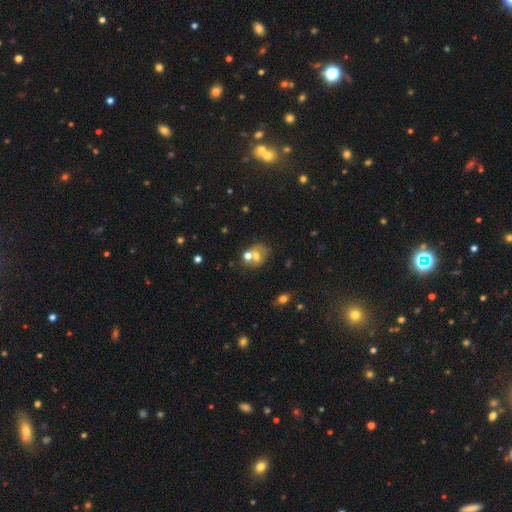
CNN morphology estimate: Overall: smooth (55%; featured or disk 30%). How rounded: round (51%; in between 48%). Merging: merger (41%; none 39%).